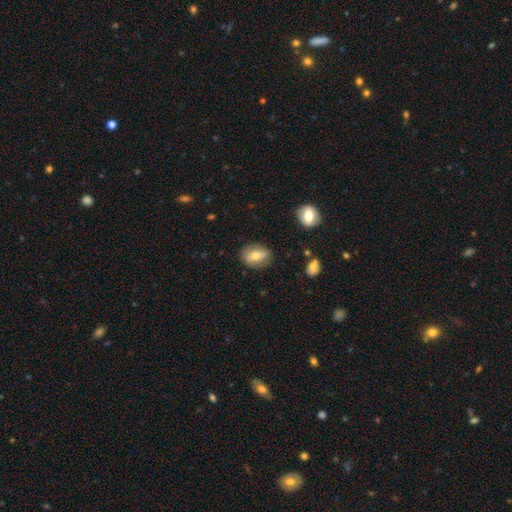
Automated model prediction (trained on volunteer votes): A smooth galaxy with no disk features (63%) that is in between round and cigar-shaped (70%).

Vote fractions:
- Smooth or featured? smooth: 63% / featured or disk: 28% / star or artifact: 8%
- How rounded? in between: 70% / round: 28% / cigar-shaped: 2%
- Merging? none: 77% / minor disturbance: 17% / major disturbance: 5% / merger: 2%